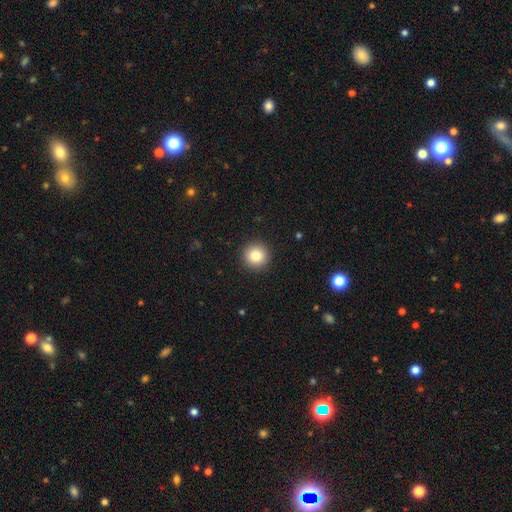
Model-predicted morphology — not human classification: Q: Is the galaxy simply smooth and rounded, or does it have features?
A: smooth — 82%.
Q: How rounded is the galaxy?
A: round — 95%.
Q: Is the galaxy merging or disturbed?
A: none — 92%.